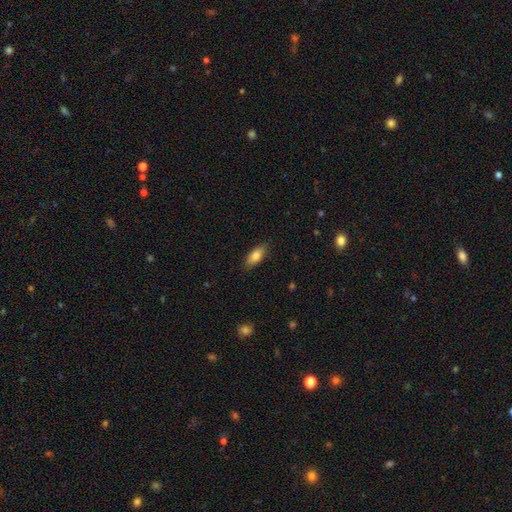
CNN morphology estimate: A smooth galaxy with no disk features (80%) that is in between round and cigar-shaped (82%).

Vote fractions:
- Smooth or featured? smooth: 80% / featured or disk: 13% / star or artifact: 7%
- How rounded? in between: 82% / cigar-shaped: 16% / round: 3%
- Merging? none: 82% / minor disturbance: 14% / major disturbance: 2% / merger: 1%